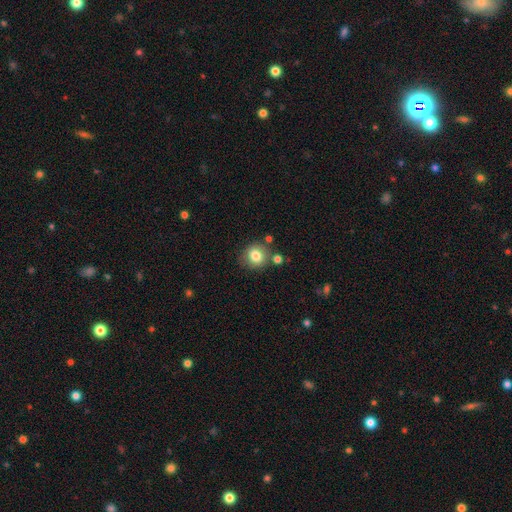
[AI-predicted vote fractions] Smooth or featured: smooth — 81% (star or artifact — 10%)
How rounded: round — 84% (in between — 15%)
Merging: none — 76% (minor disturbance — 12%)